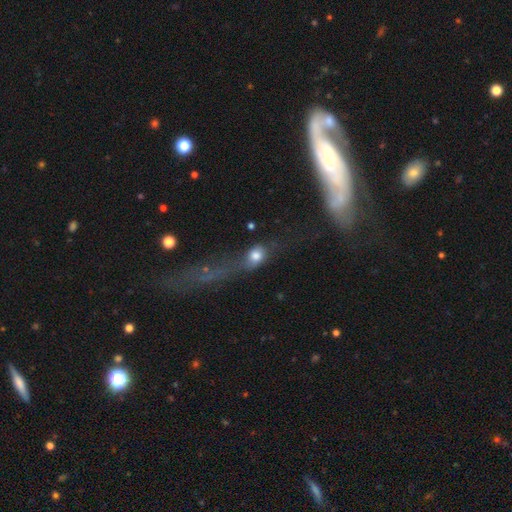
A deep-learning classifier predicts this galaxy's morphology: smooth 69%, featured or disk 20%, star or artifact 11%. Down the decision tree: how rounded — in between (49%); merging — major disturbance (39%).